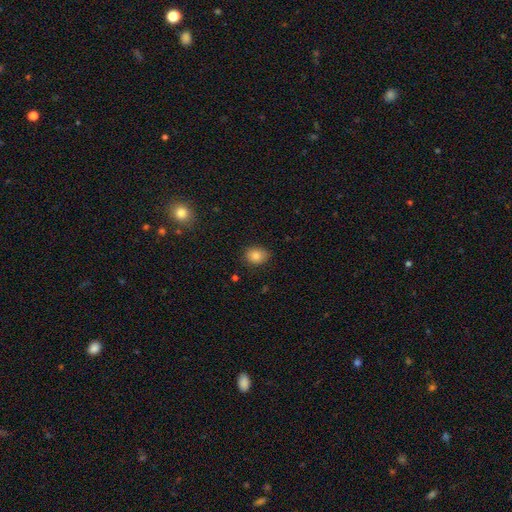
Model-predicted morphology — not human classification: This appears to be a smooth galaxy with no disk features (83%) that is round (51%). Merging: none (82%).